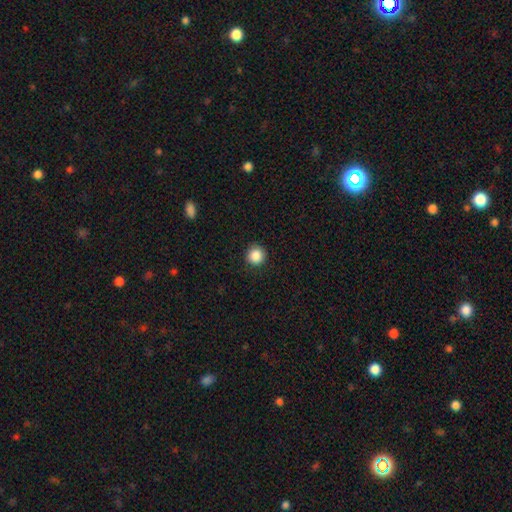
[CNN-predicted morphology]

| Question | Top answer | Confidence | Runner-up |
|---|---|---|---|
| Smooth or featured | smooth | 88% | star or artifact (9%) |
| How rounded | round | 95% | in between (4%) |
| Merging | none | 91% | minor disturbance (6%) |